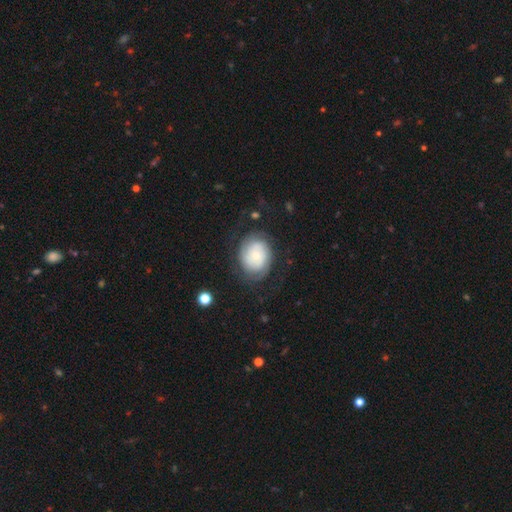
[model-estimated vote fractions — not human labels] The model was most divided on "spiral arm count": 2: 44%, can't tell: 34%, 3: 10%, 1: 5%, 4: 4%, more than 4: 3%. More confident: edge-on disk — no (97%); spiral arms — yes (85%); bar — no (76%); merging — none (66%); spiral winding — tight (61%); smooth or featured — featured or disk (60%); bulge size — small (53%).